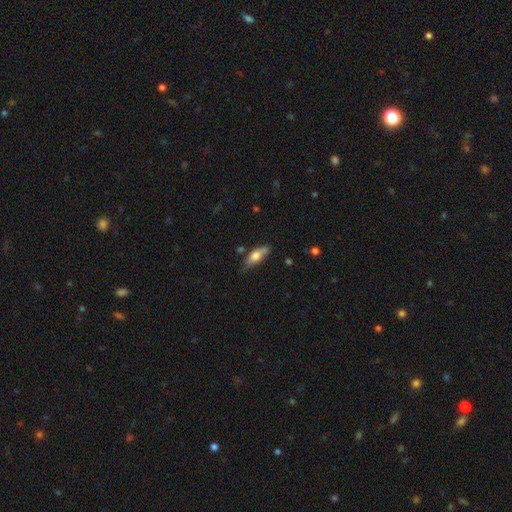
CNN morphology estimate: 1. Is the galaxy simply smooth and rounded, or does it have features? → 67% smooth, 26% featured or disk, 7% star or artifact.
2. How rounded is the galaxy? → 67% in between, 29% cigar-shaped, 3% round.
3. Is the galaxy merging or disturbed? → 57% none, 27% minor disturbance, 9% merger, 7% major disturbance.